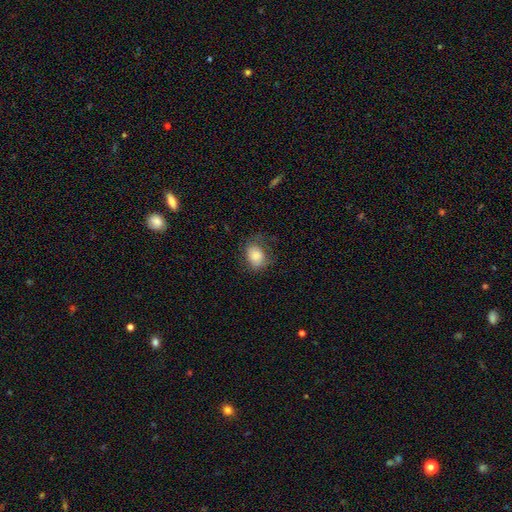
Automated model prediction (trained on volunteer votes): Smooth or featured?
  - smooth: 82% *
  - featured or disk: 9%
  - star or artifact: 8%
How rounded?
  - in between: 64% *
  - round: 35%
  - cigar-shaped: 1%
Merging?
  - none: 60% *
  - minor disturbance: 25%
  - major disturbance: 13%
  - merger: 1%